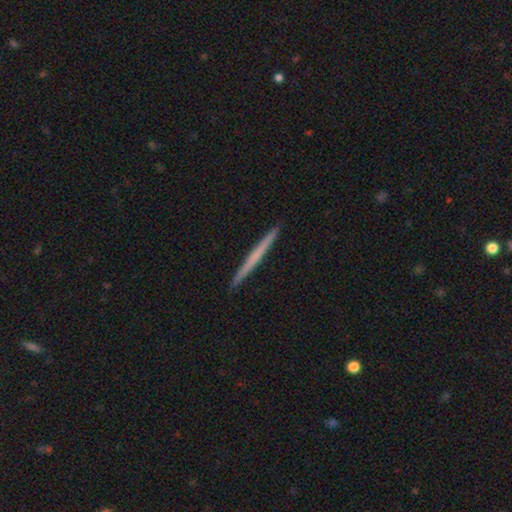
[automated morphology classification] Smooth or featured? smooth (48%)
Merging? none (93%)